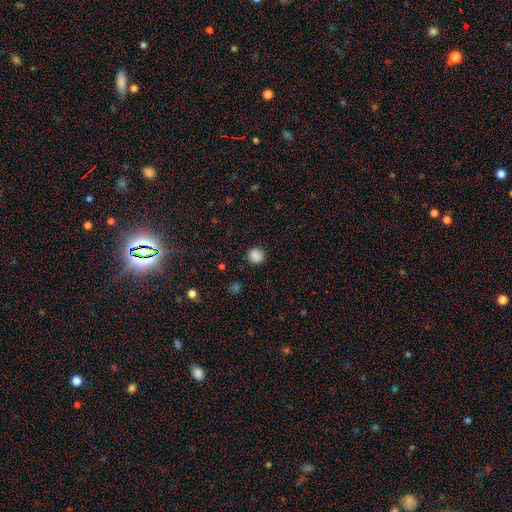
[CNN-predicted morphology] smooth_or_featured: smooth (p=0.86) [alt: star or artifact p=0.11]
how_rounded: round (p=0.91) [alt: in between p=0.09]
merging: none (p=0.89) [alt: minor disturbance p=0.07]